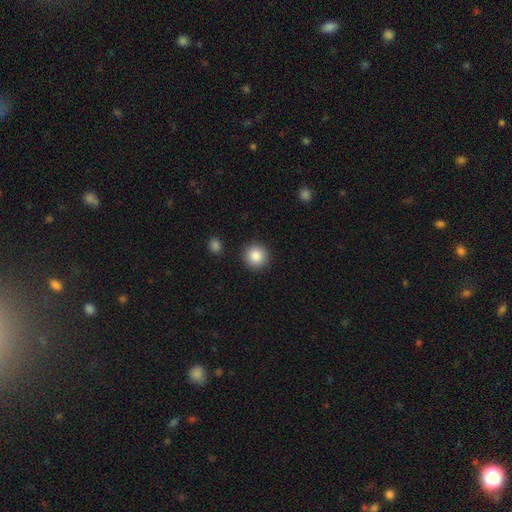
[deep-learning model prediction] The model was most divided on "smooth or featured": smooth: 87%, star or artifact: 8%, featured or disk: 5%. More confident: how rounded — round (93%); merging — none (90%).